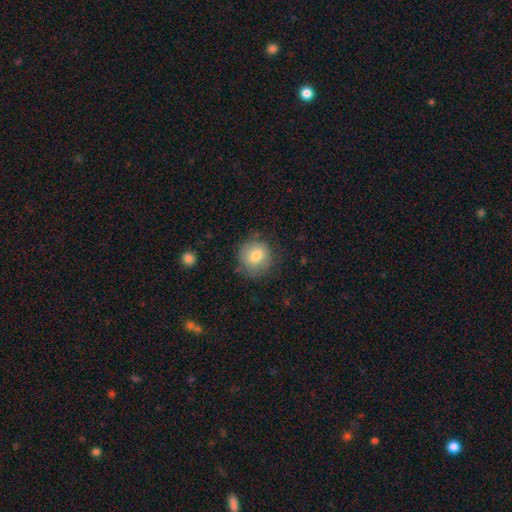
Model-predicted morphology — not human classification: This is likely a smooth galaxy (78%). How rounded: clearly round (87%). Merging: likely none (78%).